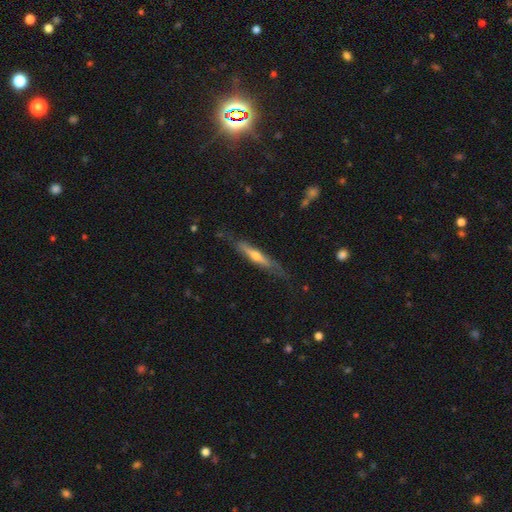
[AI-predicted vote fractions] featured or disk 61%, smooth 33%, star or artifact 6%. Down the decision tree: edge-on disk — yes (88%); edge-on bulge — rounded (76%); merging — none (69%).